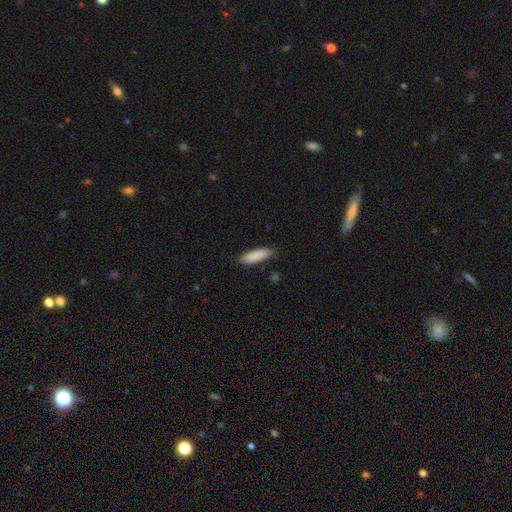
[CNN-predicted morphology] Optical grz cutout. It shows a smooth galaxy with no disk features (88%) that is cigar-shaped (60%). Merging: none (86%).